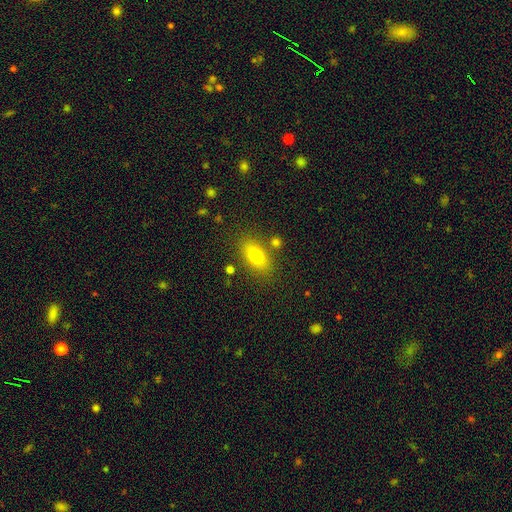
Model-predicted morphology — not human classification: A smooth galaxy with no disk features (76%) that is in between round and cigar-shaped (82%). Merging: none (79%).